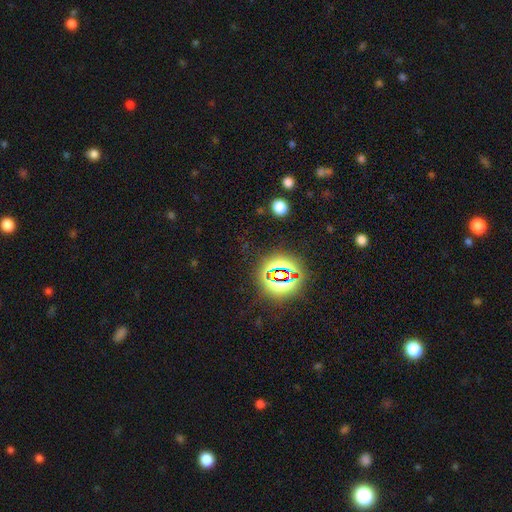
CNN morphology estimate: Smooth or featured? Predicted: star or artifact (p=0.77).